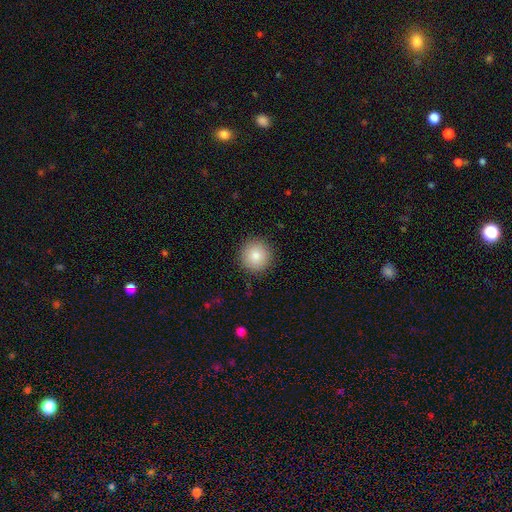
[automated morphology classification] smooth_or_featured: smooth (p=0.84) [alt: star or artifact p=0.09]
how_rounded: round (p=0.95) [alt: in between p=0.04]
merging: none (p=0.91) [alt: minor disturbance p=0.06]